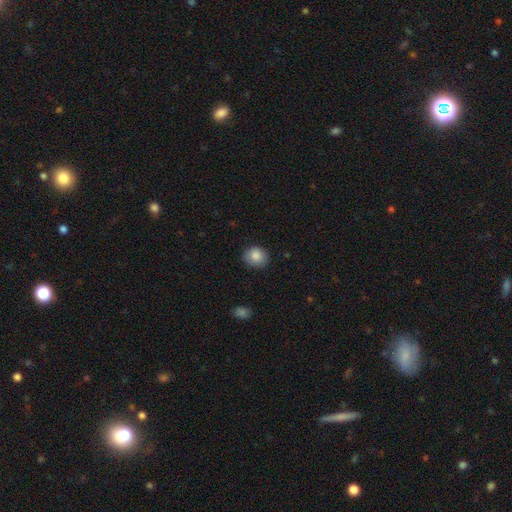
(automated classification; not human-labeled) Smooth or featured?
  - smooth: 86% *
  - star or artifact: 8%
  - featured or disk: 5%
How rounded?
  - round: 72% *
  - in between: 27%
  - cigar-shaped: 1%
Merging?
  - none: 81% *
  - minor disturbance: 15%
  - major disturbance: 3%
  - merger: 1%